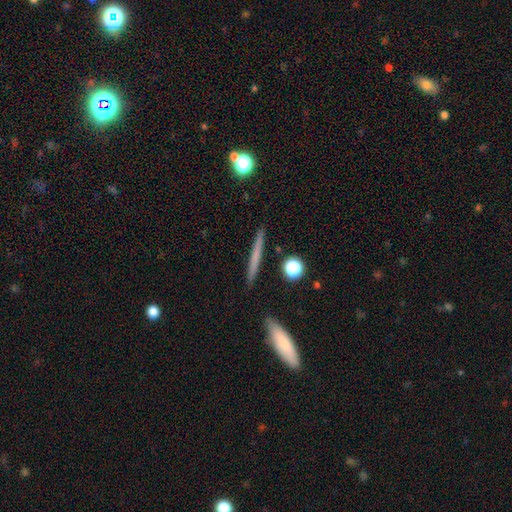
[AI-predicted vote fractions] smooth 57%, featured or disk 36%, star or artifact 7%. Down the decision tree: how rounded — cigar-shaped (94%); merging — none (90%).